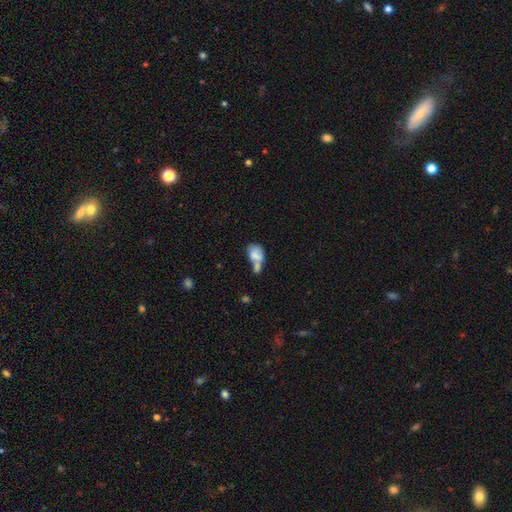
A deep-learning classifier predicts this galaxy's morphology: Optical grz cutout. It shows a smooth galaxy with no disk features (69%) that is in between round and cigar-shaped (74%). Merging: merger (61%).